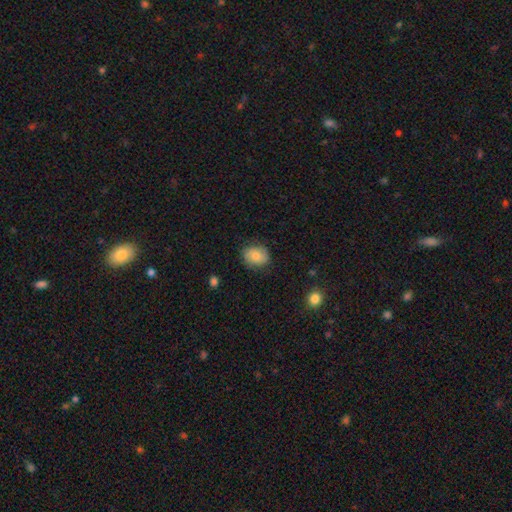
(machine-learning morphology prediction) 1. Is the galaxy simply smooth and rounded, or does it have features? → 75% smooth, 17% featured or disk, 8% star or artifact.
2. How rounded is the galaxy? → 52% round, 47% in between, 1% cigar-shaped.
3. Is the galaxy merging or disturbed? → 80% none, 16% minor disturbance, 3% major disturbance, 1% merger.